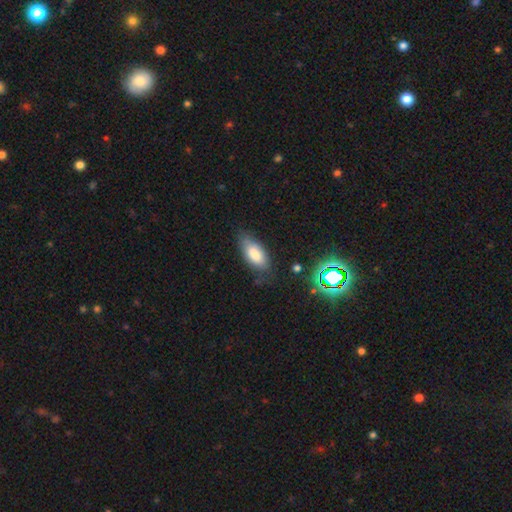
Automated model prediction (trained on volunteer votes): Q: Smooth or featured?
A: smooth (79%); runner-up: featured or disk (13%)
Q: How rounded?
A: in between (87%); runner-up: cigar-shaped (11%)
Q: Merging?
A: none (71%); runner-up: minor disturbance (22%)